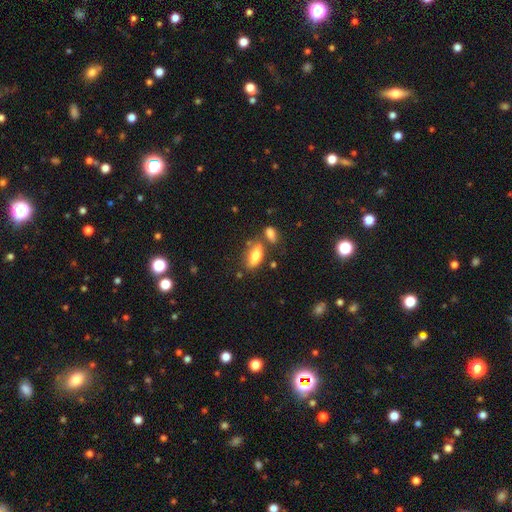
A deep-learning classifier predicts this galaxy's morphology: The model was most divided on "merging": none: 62%, merger: 17%, minor disturbance: 16%, major disturbance: 5%. More confident: how rounded — in between (84%); smooth or featured — smooth (74%).